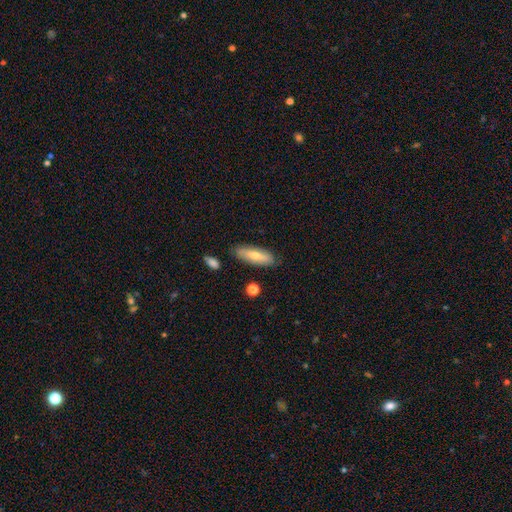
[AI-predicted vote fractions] This appears to be a smooth galaxy with no disk features (66%) that is in between round and cigar-shaped (51%). Merging: none (82%).